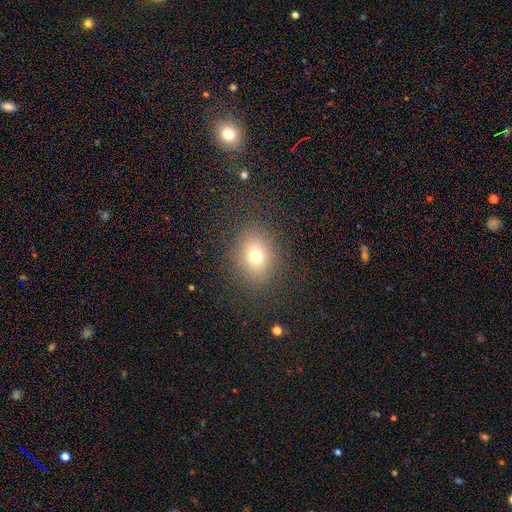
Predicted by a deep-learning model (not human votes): Smooth or featured? Predicted: smooth (p=0.73). How rounded? Predicted: in between (p=0.50). Merging? Predicted: none (p=0.85).